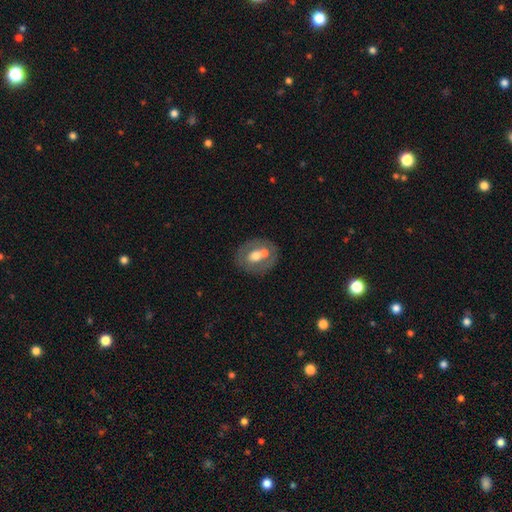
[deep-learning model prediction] Q: Smooth or featured?
A: smooth (51%); runner-up: featured or disk (42%)
Q: How rounded?
A: round (55%); runner-up: in between (44%)
Q: Merging?
A: none (51%); runner-up: merger (32%)